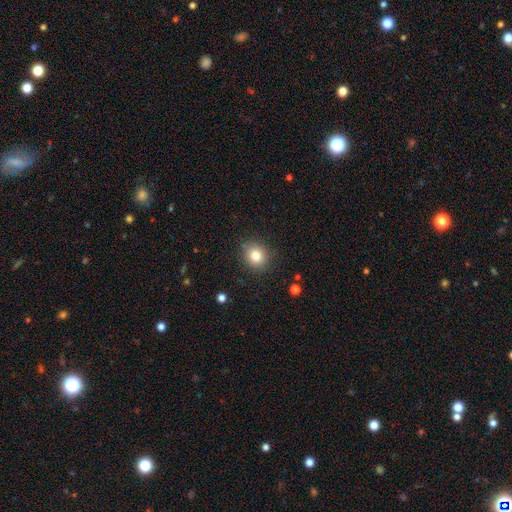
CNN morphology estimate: smooth-or-featured: smooth: 81% | star or artifact: 11% | featured or disk: 8%
  how-rounded: round: 84% | in between: 15% | cigar-shaped: 1%
  merging: none: 88% | minor disturbance: 8% | major disturbance: 2% | merger: 1%